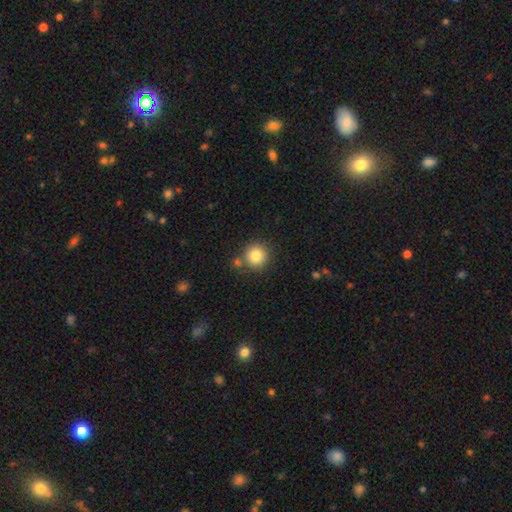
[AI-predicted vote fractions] Smooth or featured?
  - smooth: 84% *
  - star or artifact: 10%
  - featured or disk: 7%
How rounded?
  - round: 93% *
  - in between: 7%
  - cigar-shaped: 1%
Merging?
  - none: 75% *
  - merger: 12%
  - minor disturbance: 10%
  - major disturbance: 3%